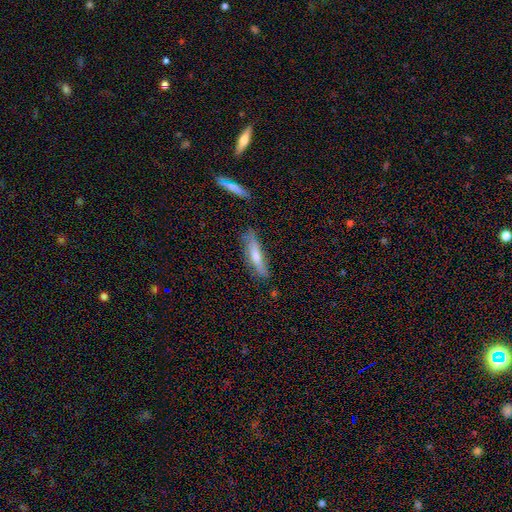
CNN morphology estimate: smooth-or-featured: smooth: 58% | featured or disk: 35% | star or artifact: 7%
  how-rounded: cigar-shaped: 77% | in between: 22% | round: 2%
  merging: none: 74% | minor disturbance: 19% | major disturbance: 4% | merger: 3%